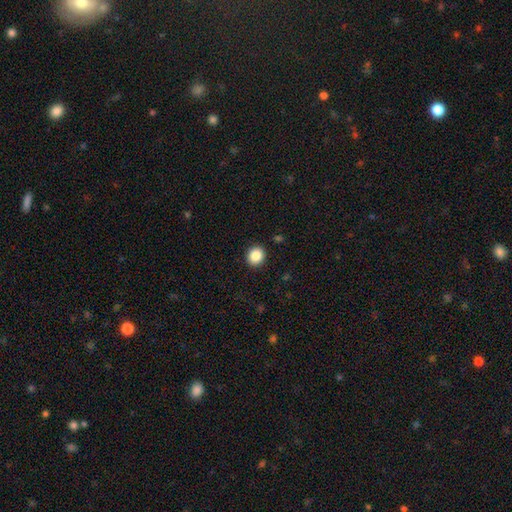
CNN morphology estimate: smooth 87%, star or artifact 9%, featured or disk 3%. Down the decision tree: how rounded — round (80%); merging — none (91%).